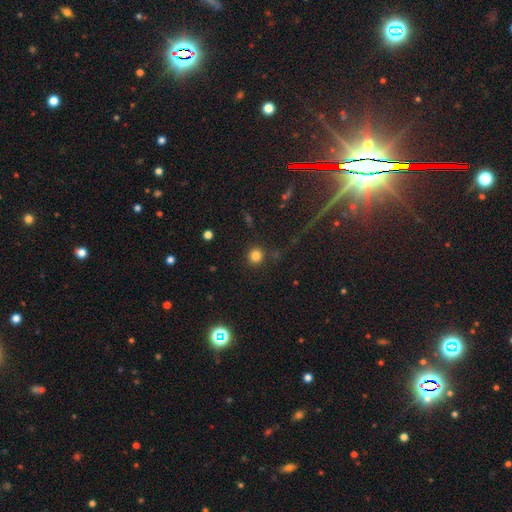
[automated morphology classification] Smooth or featured: smooth — 81% (star or artifact — 14%)
How rounded: round — 92% (in between — 7%)
Merging: none — 88% (minor disturbance — 7%)